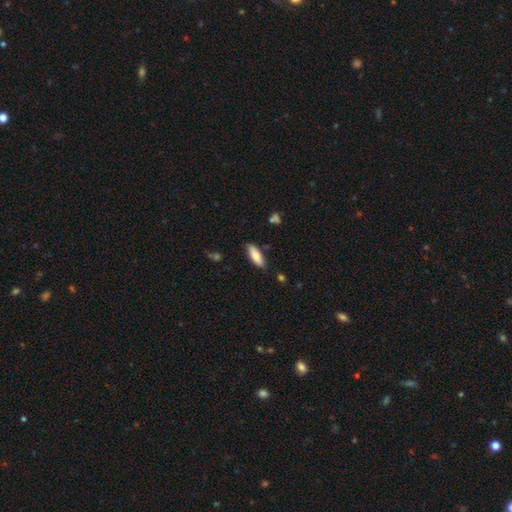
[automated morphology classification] Overall: smooth (82%). How rounded: in between (64%; cigar-shaped 35%). Merging: none (84%).